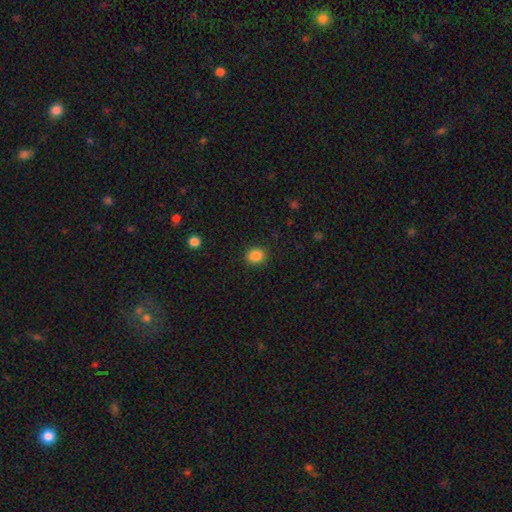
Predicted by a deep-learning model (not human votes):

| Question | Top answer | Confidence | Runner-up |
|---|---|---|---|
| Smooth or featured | smooth | 86% | star or artifact (10%) |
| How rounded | round | 75% | in between (24%) |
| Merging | none | 90% | minor disturbance (7%) |